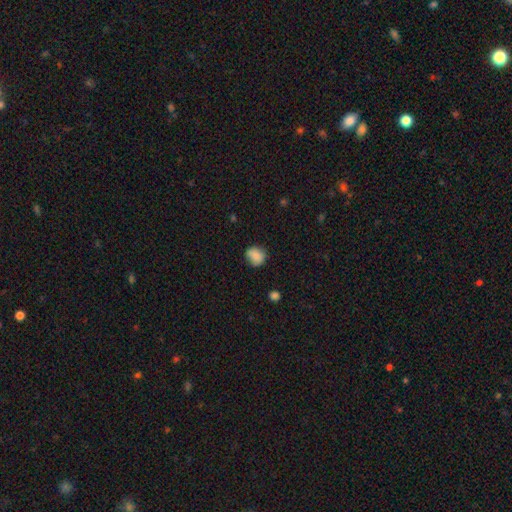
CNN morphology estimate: smooth_or_featured: smooth (p=0.85) [alt: star or artifact p=0.09]
how_rounded: round (p=0.78) [alt: in between p=0.21]
merging: none (p=0.75) [alt: minor disturbance p=0.20]